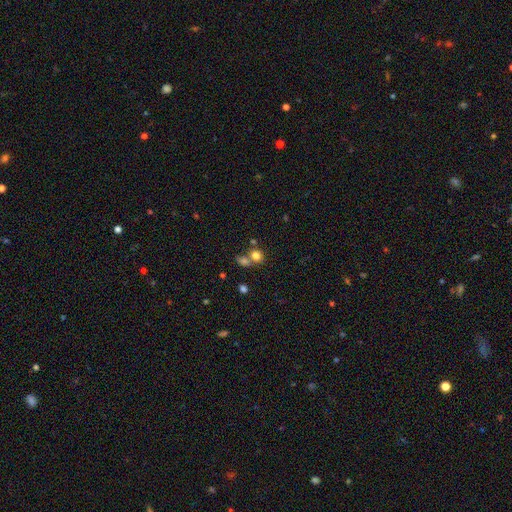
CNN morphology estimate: A smooth galaxy with no disk features (78%) that is round (75%). Merging: none (49%).